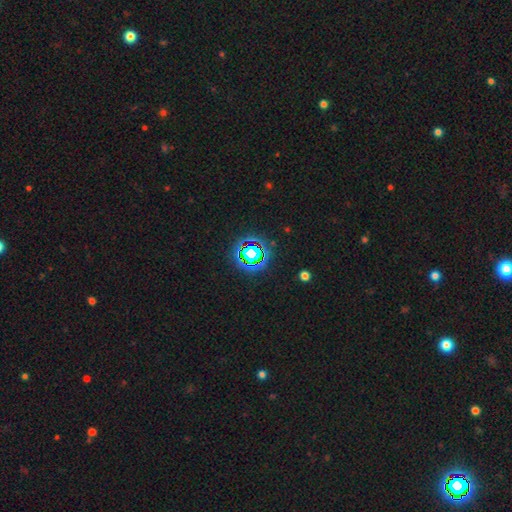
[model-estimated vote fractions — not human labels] A star or artifact, not a galaxy (70%).